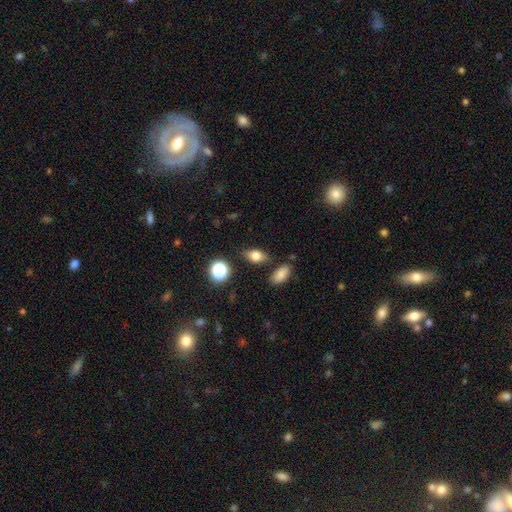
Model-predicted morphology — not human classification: type=smooth (73%); roundness=in between (78%); merging=none (79%).